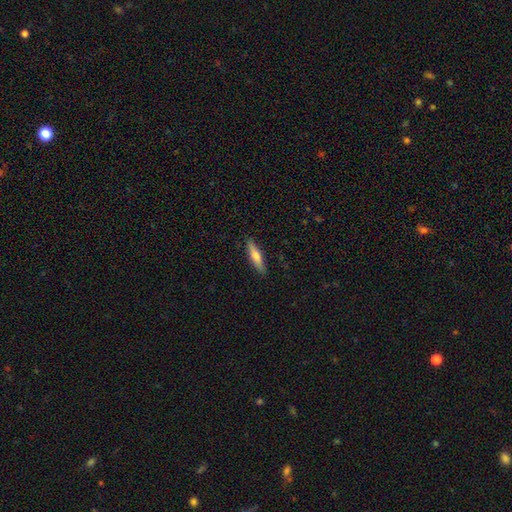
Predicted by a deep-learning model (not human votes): This is possibly a smooth galaxy (59%). How rounded: clearly cigar-shaped (81%). Merging: clearly none (89%).